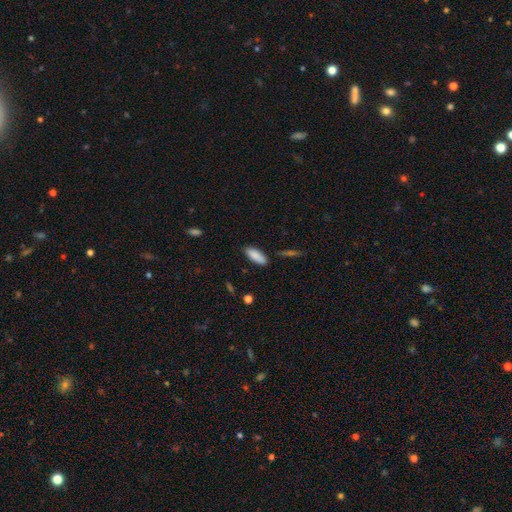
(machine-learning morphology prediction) smooth 87%, featured or disk 6%, star or artifact 6%. Down the decision tree: how rounded — in between (74%); merging — none (85%).